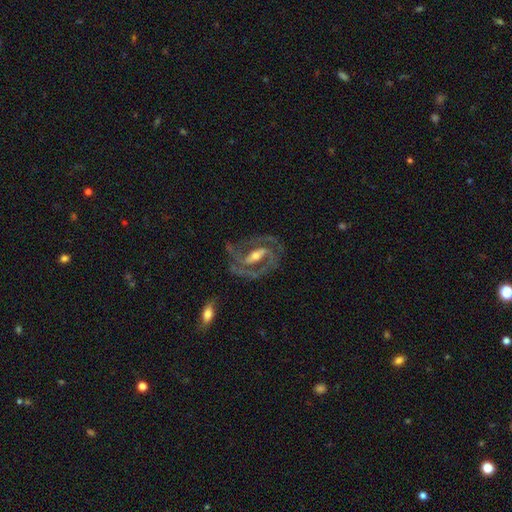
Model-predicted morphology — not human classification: smooth_or_featured: featured or disk (p=0.90) [alt: smooth p=0.05]
disk_edge_on: no (p=0.96) [alt: yes p=0.04]
bar: strong (p=0.52) [alt: weak p=0.33]
has_spiral_arms: yes (p=0.96) [alt: no p=0.04]
spiral_winding: medium (p=0.53) [alt: tight p=0.36]
spiral_arm_count: 2 (p=0.79) [alt: 3 p=0.09]
bulge_size: moderate (p=0.56) [alt: small p=0.37]
merging: none (p=0.69) [alt: minor disturbance p=0.17]